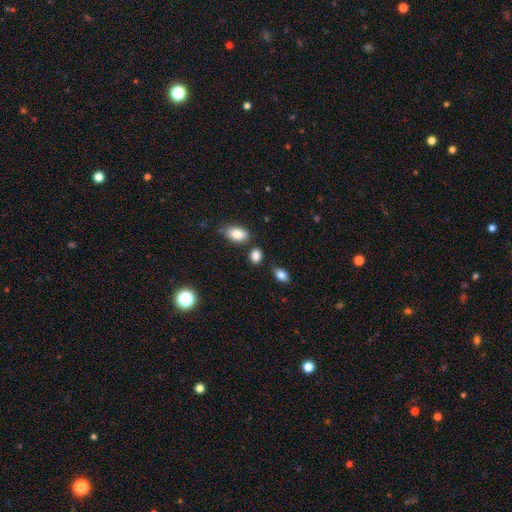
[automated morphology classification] smooth 85%, star or artifact 10%, featured or disk 5%. Down the decision tree: how rounded — in between (76%); merging — none (73%).